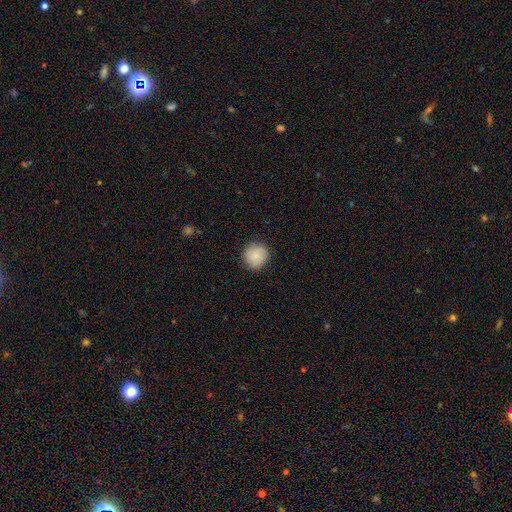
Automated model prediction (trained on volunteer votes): This appears to be a smooth galaxy with no disk features (83%) that is round (92%). Merging: none (86%).